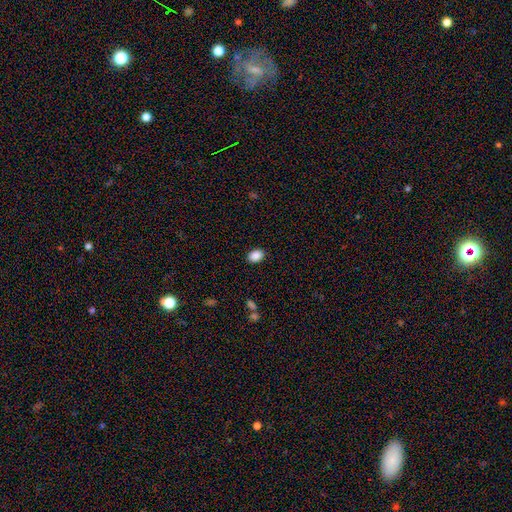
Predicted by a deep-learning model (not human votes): Smooth or featured: smooth — 89% (star or artifact — 8%)
How rounded: in between — 74% (round — 25%)
Merging: none — 89% (minor disturbance — 8%)